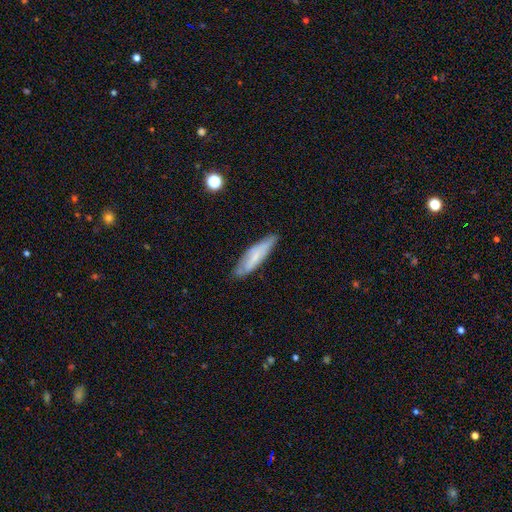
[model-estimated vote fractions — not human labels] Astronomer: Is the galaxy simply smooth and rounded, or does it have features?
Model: smooth — 55% (runner-up: featured or disk, 38%).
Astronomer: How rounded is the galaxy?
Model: cigar-shaped — 69%.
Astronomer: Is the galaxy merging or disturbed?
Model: none — 71%.